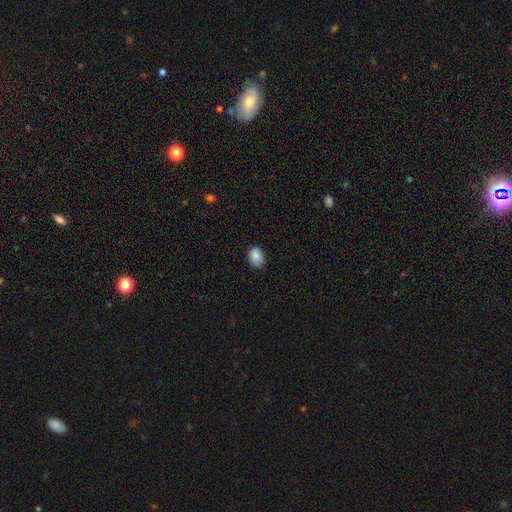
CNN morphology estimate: Q: Smooth or featured?
A: smooth (86%); runner-up: star or artifact (8%)
Q: How rounded?
A: in between (68%); runner-up: round (31%)
Q: Merging?
A: none (75%); runner-up: minor disturbance (21%)